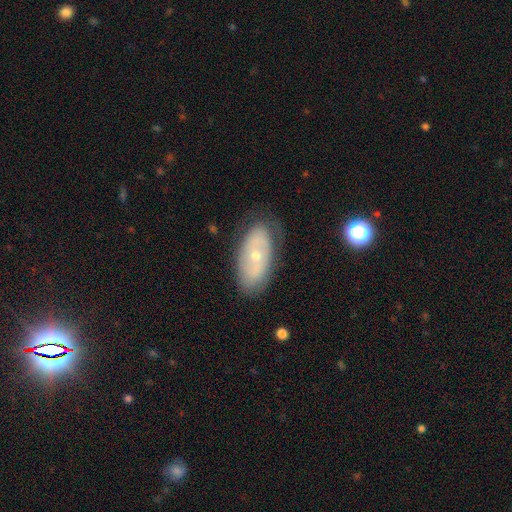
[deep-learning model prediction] A featured or disk galaxy (56%). Merging: none (76%).